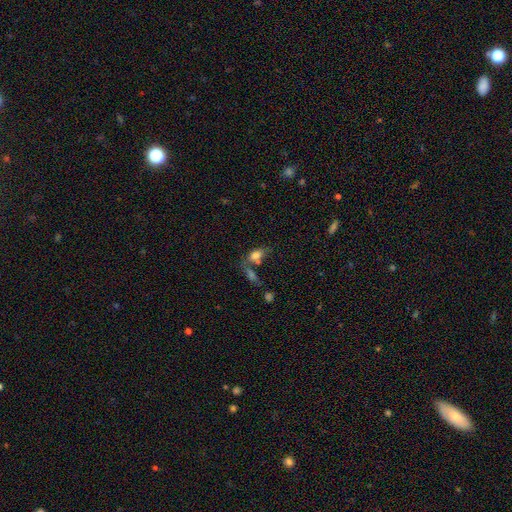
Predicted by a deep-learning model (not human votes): Q: Smooth or featured?
A: smooth (76%); runner-up: featured or disk (14%)
Q: How rounded?
A: in between (86%); runner-up: round (8%)
Q: Merging?
A: none (42%); runner-up: merger (35%)